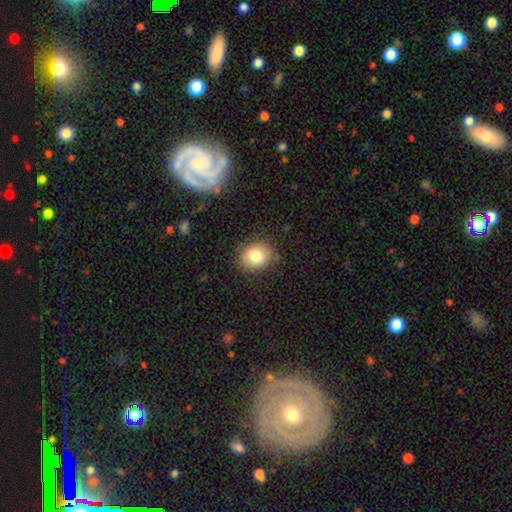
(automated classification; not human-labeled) Smooth or featured: smooth — 82% (star or artifact — 10%)
How rounded: round — 60% (in between — 39%)
Merging: none — 84% (minor disturbance — 12%)